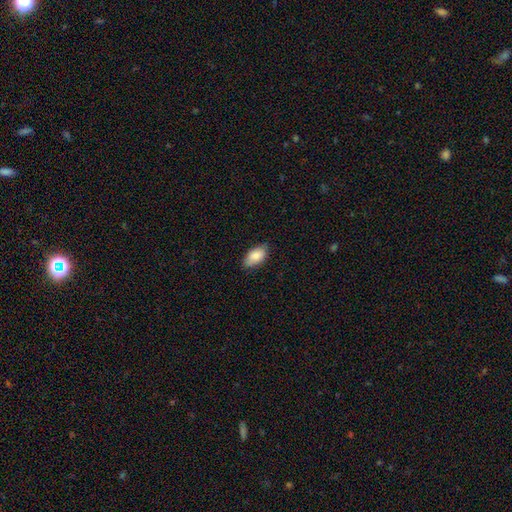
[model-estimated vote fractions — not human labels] A smooth galaxy with no disk features (83%) that is in between round and cigar-shaped (93%). Merging: none (78%).